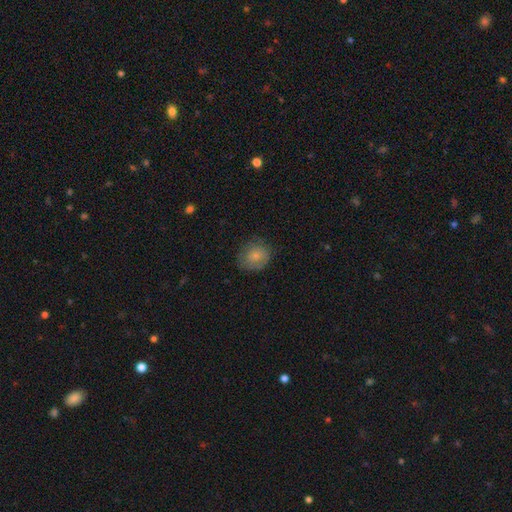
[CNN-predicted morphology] Q: Smooth or featured?
A: smooth (78%); runner-up: featured or disk (15%)
Q: How rounded?
A: round (72%); runner-up: in between (27%)
Q: Merging?
A: none (71%); runner-up: minor disturbance (21%)